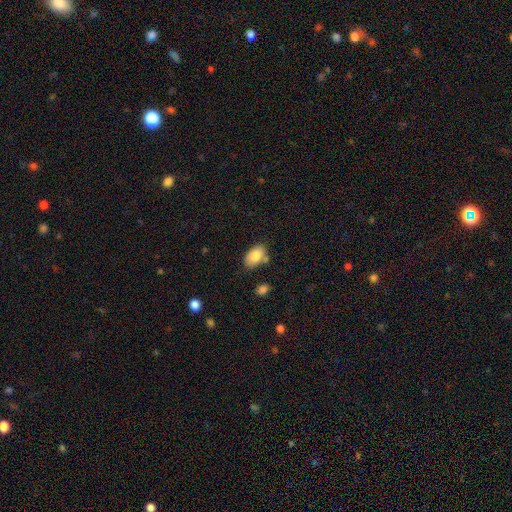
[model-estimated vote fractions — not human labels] A smooth galaxy with no disk features (84%) that is in between round and cigar-shaped (90%).

Vote fractions:
- Smooth or featured? smooth: 84% / featured or disk: 9% / star or artifact: 7%
- How rounded? in between: 90% / round: 8% / cigar-shaped: 1%
- Merging? none: 65% / minor disturbance: 20% / merger: 10% / major disturbance: 5%